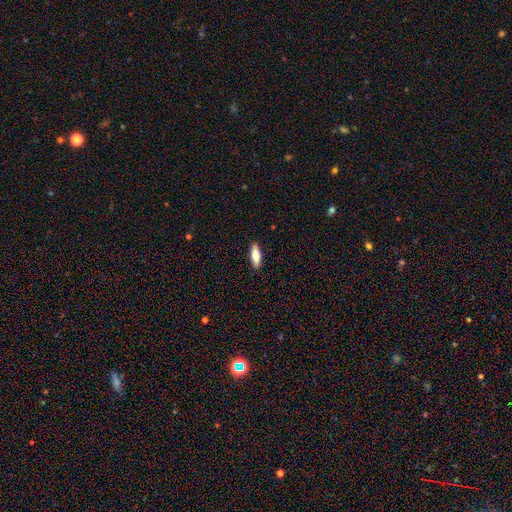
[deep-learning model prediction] Smooth or featured? smooth (66%)
How rounded? in between (57%)
Merging? none (91%)